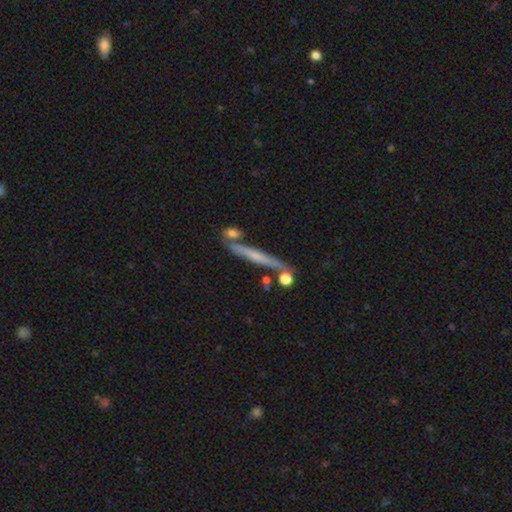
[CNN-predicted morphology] Overall: featured or disk (55%; smooth 37%). Edge-on disk: yes (93%). Edge-on bulge: none (54%; rounded 36%). Merging: none (75%).